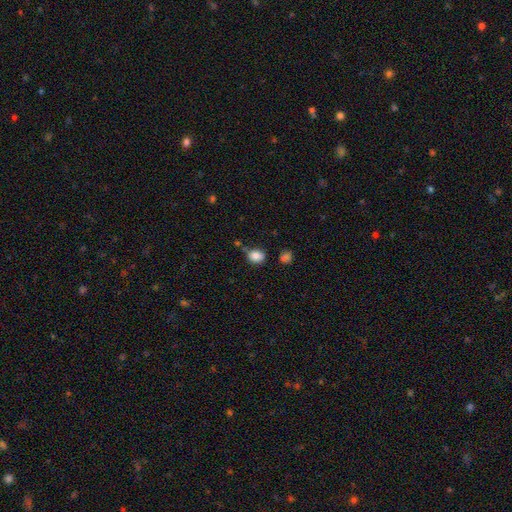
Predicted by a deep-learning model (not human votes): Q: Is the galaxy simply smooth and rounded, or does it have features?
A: smooth — 84%.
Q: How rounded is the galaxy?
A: in between — 50%.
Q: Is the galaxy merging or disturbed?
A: none — 69%.